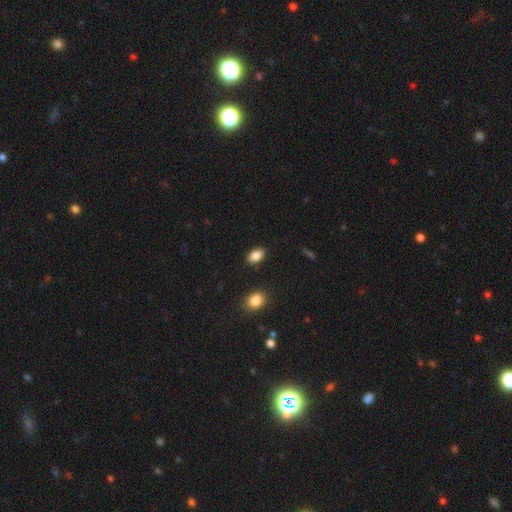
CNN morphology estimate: Q: Smooth or featured?
A: smooth (87%); runner-up: star or artifact (8%)
Q: How rounded?
A: in between (90%); runner-up: round (8%)
Q: Merging?
A: none (86%); runner-up: minor disturbance (9%)